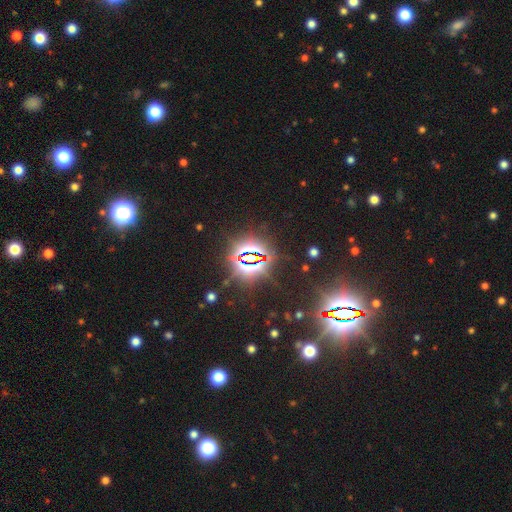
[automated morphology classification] Overall: star or artifact (85%).